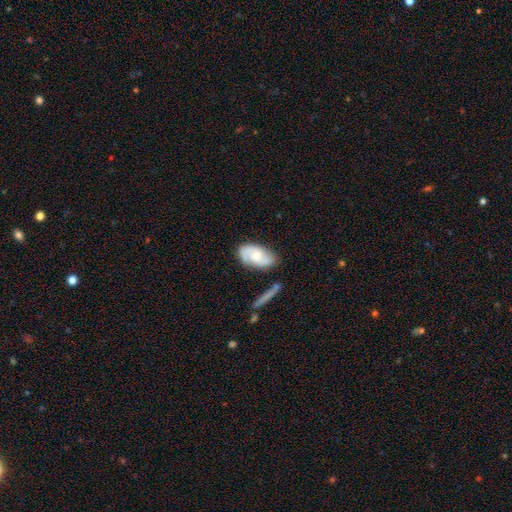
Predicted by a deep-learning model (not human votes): Overall: featured or disk (61%; smooth 33%). Edge-on disk: no (94%). Bar: no (61%; weak 33%). Spiral arms: yes (90%). Spiral arm count: 2 (80%). Spiral winding: medium (47%; tight 27%). Bulge size: moderate (53%; small 37%). Merging: none (68%).